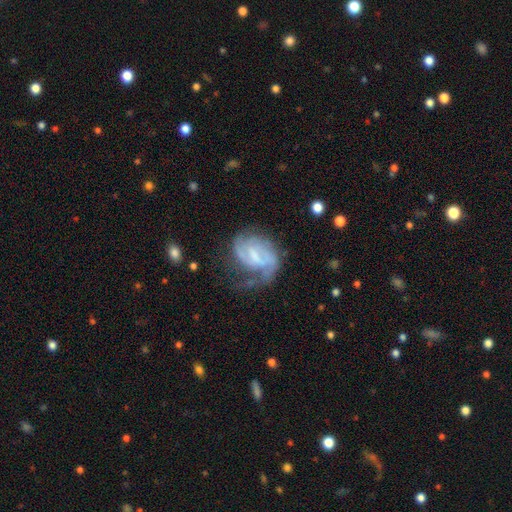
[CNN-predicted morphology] The model was most divided on "spiral winding": medium: 43%, tight: 36%, loose: 22%. Remaining: edge-on disk — no (97%); spiral arms — yes (88%); smooth or featured — featured or disk (76%); bar — weak (53%); spiral arm count — 2 (48%); merging — none (42%); bulge size — small (39%).